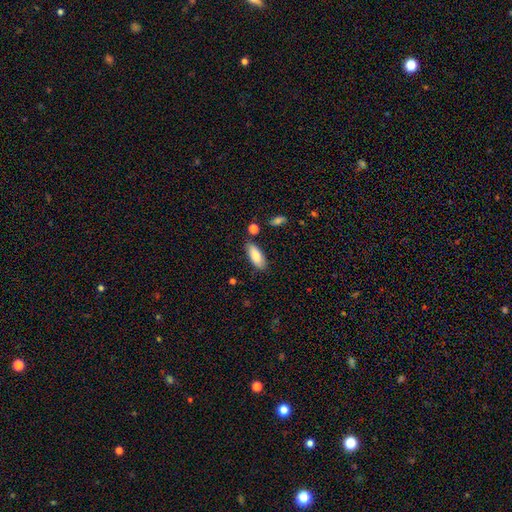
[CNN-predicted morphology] smooth 85%, featured or disk 9%, star or artifact 6%. Down the decision tree: how rounded — in between (80%); merging — none (81%).